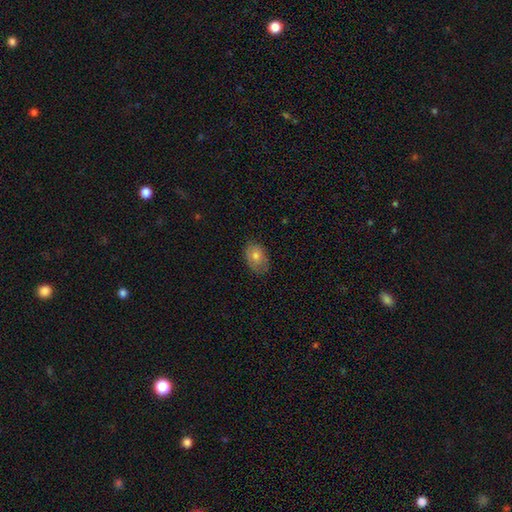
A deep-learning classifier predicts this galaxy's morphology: A smooth galaxy with no disk features (71%) that is in between round and cigar-shaped (82%). Merging: none (79%).